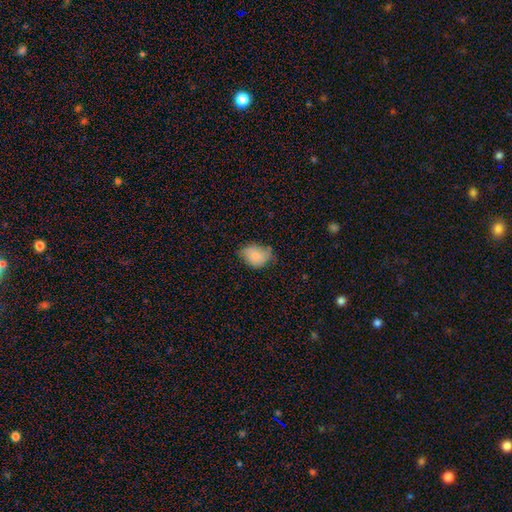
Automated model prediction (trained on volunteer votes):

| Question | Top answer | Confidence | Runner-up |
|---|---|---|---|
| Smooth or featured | smooth | 78% | featured or disk (13%) |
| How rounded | in between | 75% | round (24%) |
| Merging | none | 55% | minor disturbance (36%) |